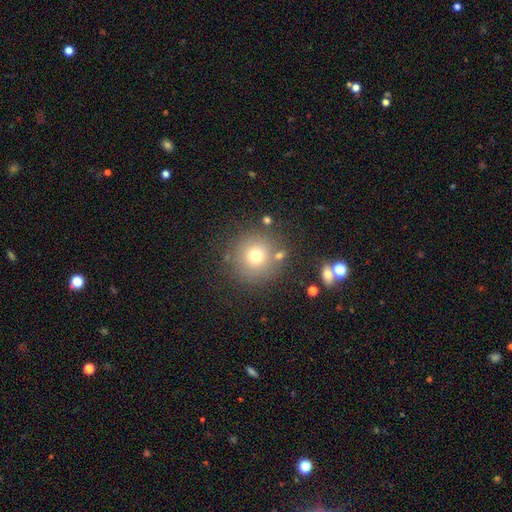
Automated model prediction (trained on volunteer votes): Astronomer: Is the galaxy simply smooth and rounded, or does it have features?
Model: smooth — 71%.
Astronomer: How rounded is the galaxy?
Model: round — 95%.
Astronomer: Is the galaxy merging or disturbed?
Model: none — 79%.